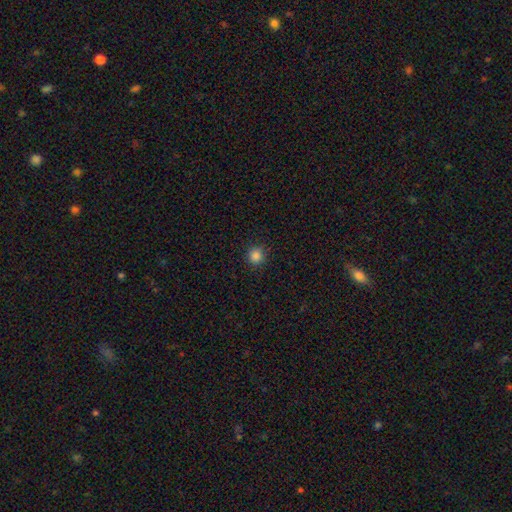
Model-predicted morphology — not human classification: A smooth galaxy with no disk features (85%) that is round (93%).

Vote fractions:
- Smooth or featured? smooth: 85% / star or artifact: 12% / featured or disk: 3%
- How rounded? round: 93% / in between: 6% / cigar-shaped: 1%
- Merging? none: 90% / minor disturbance: 7% / major disturbance: 2% / merger: 1%